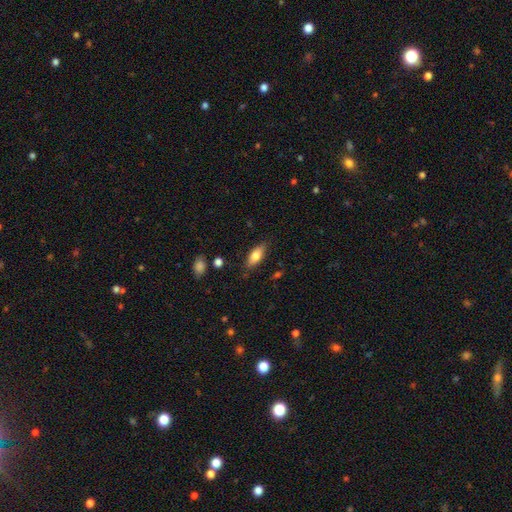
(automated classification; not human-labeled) smooth-or-featured: smooth: 76% | featured or disk: 18% | star or artifact: 7%
  how-rounded: in between: 77% | cigar-shaped: 21% | round: 3%
  merging: none: 81% | minor disturbance: 14% | major disturbance: 3% | merger: 2%